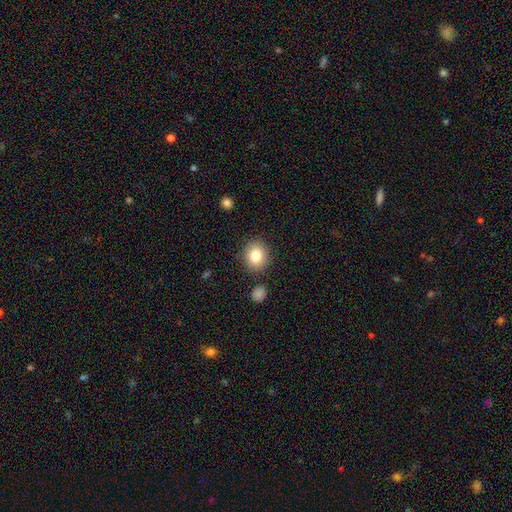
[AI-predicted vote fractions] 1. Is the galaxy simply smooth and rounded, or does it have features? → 81% smooth, 9% star or artifact, 9% featured or disk.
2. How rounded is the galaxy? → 74% round, 25% in between, 1% cigar-shaped.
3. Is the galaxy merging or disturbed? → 85% none, 9% minor disturbance, 3% merger, 3% major disturbance.